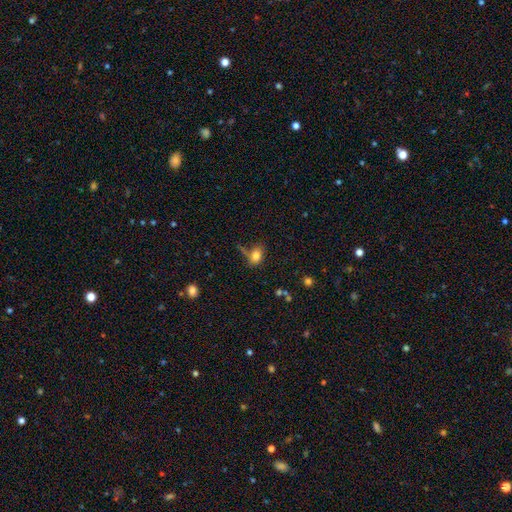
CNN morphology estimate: A smooth galaxy with no disk features (81%) that is in between round and cigar-shaped (77%). Merging: none (59%).